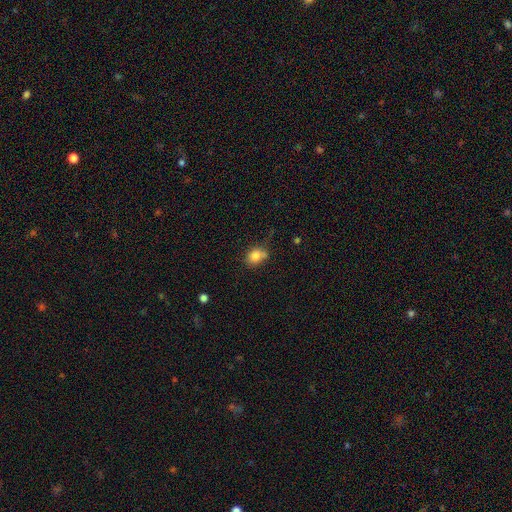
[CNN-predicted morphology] Smooth or featured? smooth (81%)
How rounded? round (53%)
Merging? none (56%)